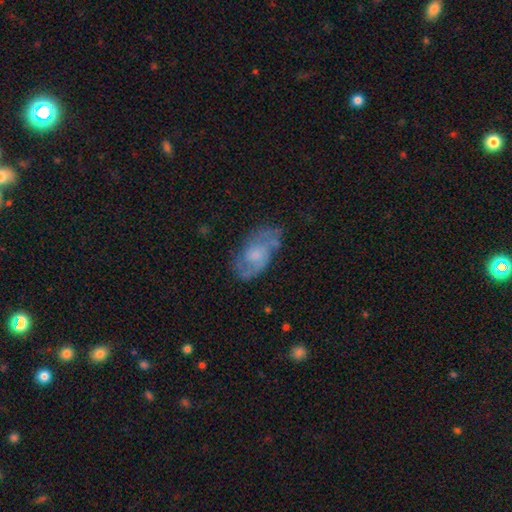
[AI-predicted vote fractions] Smooth or featured?
  - featured or disk: 70% *
  - smooth: 23%
  - star or artifact: 7%
Edge-on disk?
  - no: 95% *
  - yes: 5%
Bar?
  - no: 64% *
  - weak: 32%
  - strong: 4%
Spiral arms?
  - yes: 87% *
  - no: 13%
Spiral winding?
  - medium: 47% *
  - tight: 31%
  - loose: 22%
Spiral arm count?
  - 2: 61% *
  - can't tell: 22%
  - 3: 7%
  - 1: 5%
  - 4: 2%
  - more than 4: 2%
Bulge size?
  - moderate: 34% *
  - small: 29%
  - none: 24%
  - large: 12%
  - dominant: 2%
Merging?
  - none: 63% *
  - minor disturbance: 23%
  - major disturbance: 12%
  - merger: 2%